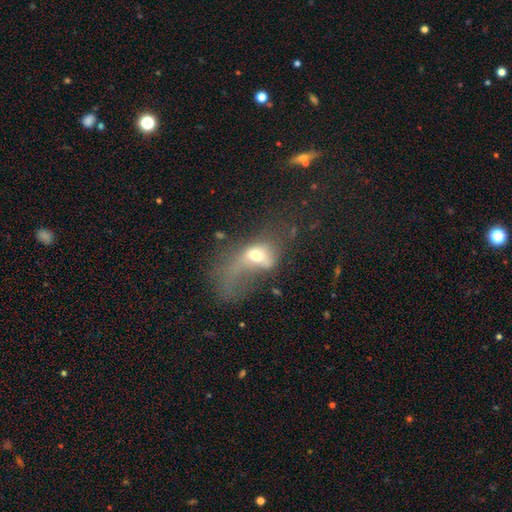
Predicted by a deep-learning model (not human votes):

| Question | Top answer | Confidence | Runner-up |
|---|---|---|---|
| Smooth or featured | smooth | 55% | featured or disk (33%) |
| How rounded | in between | 70% | round (25%) |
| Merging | major disturbance | 65% | none (14%) |